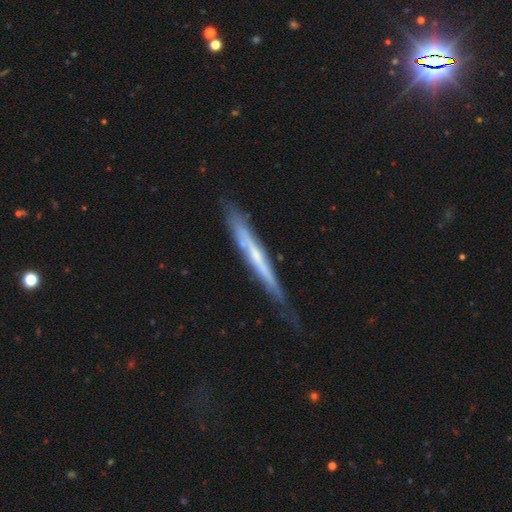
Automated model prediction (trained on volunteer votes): Q: Smooth or featured?
A: featured or disk (61%); runner-up: smooth (33%)
Q: Edge-on disk?
A: yes (90%); runner-up: no (10%)
Q: Edge-on bulge?
A: none (70%); runner-up: rounded (24%)
Q: Merging?
A: none (65%); runner-up: minor disturbance (27%)